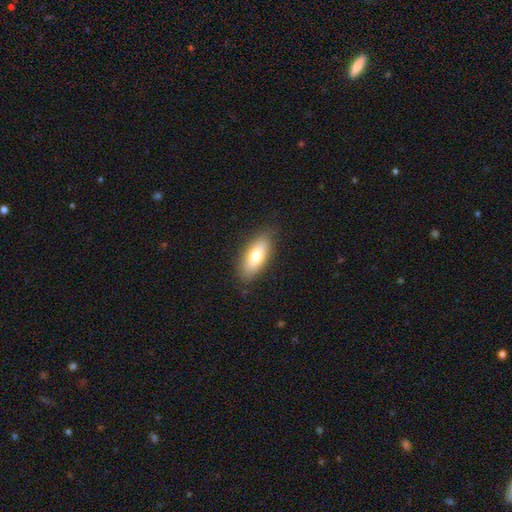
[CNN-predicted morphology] Smooth or featured? Predicted: smooth (p=0.74). How rounded? Predicted: in between (p=0.78). Merging? Predicted: none (p=0.85).